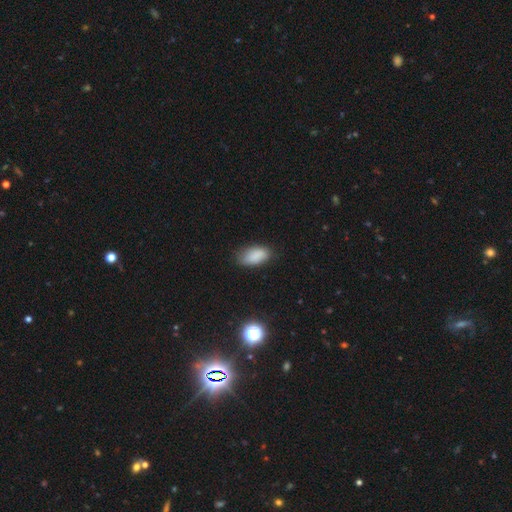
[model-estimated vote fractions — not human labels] Morphology: type=smooth (87%); roundness=in between (92%); merging=none (76%).